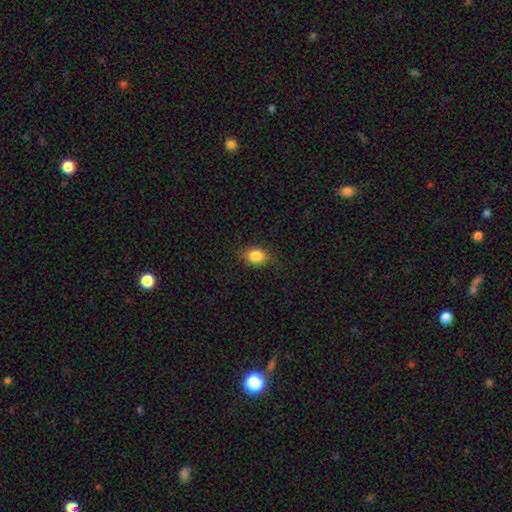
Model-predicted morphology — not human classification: Smooth or featured? Predicted: smooth (p=0.84). How rounded? Predicted: in between (p=0.60). Merging? Predicted: none (p=0.83).